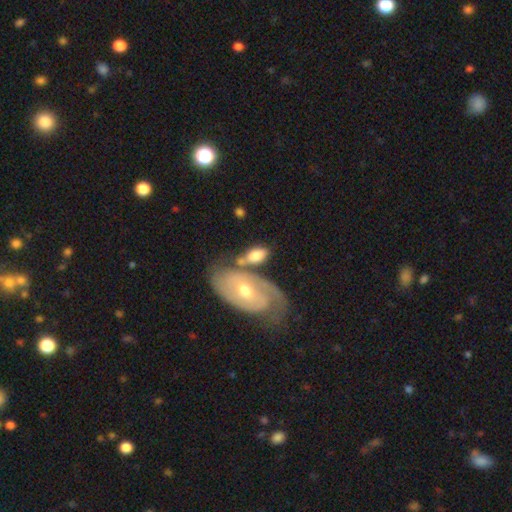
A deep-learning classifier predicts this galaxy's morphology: Smooth or featured?
  - smooth: 58% *
  - featured or disk: 36%
  - star or artifact: 6%
How rounded?
  - in between: 90% *
  - round: 5%
  - cigar-shaped: 5%
Merging?
  - none: 40% *
  - merger: 34%
  - minor disturbance: 17%
  - major disturbance: 9%